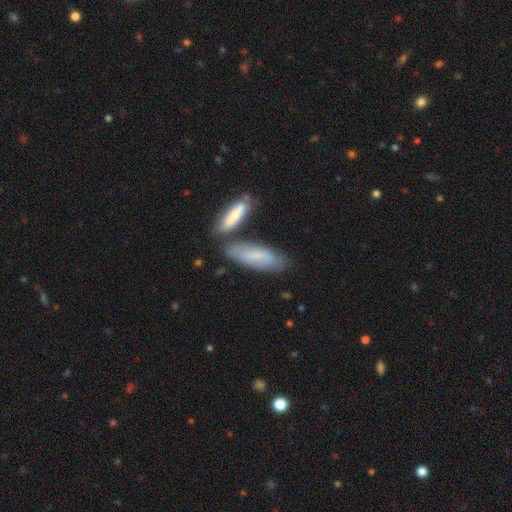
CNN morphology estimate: Overall: smooth (71%). How rounded: in between (52%; cigar-shaped 46%). Merging: none (60%; merger 22%).